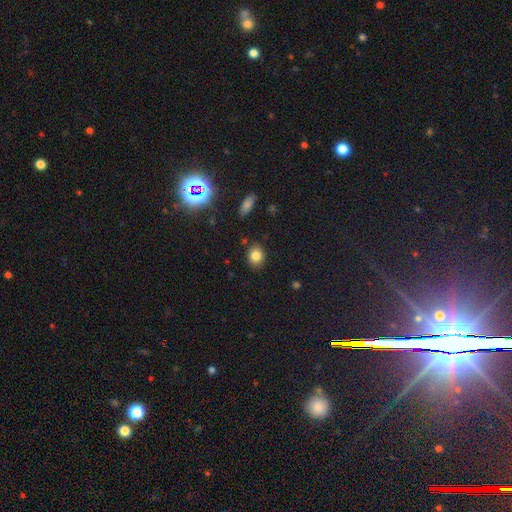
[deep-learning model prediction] Overall: smooth (82%). How rounded: round (62%; in between 37%). Merging: none (86%).